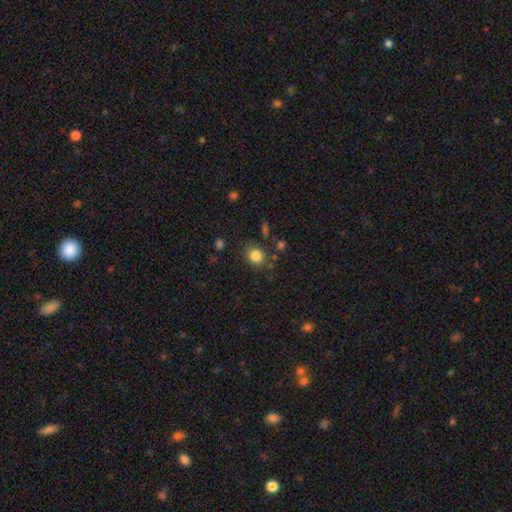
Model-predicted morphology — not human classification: Smooth or featured: smooth — 83% (star or artifact — 11%)
How rounded: round — 66% (in between — 33%)
Merging: none — 77% (minor disturbance — 14%)